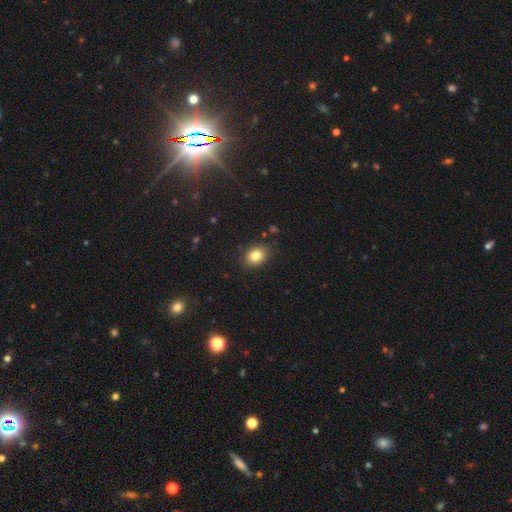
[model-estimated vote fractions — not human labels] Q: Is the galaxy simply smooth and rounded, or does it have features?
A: smooth — 82%.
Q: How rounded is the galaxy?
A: in between — 52%.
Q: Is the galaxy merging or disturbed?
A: none — 87%.